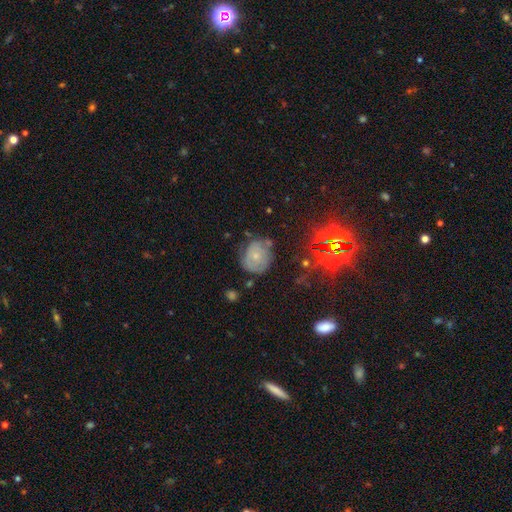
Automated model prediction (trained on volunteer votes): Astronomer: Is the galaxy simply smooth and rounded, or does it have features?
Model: smooth — 45% (runner-up: featured or disk, 40%).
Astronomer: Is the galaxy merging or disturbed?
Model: none — 58%.